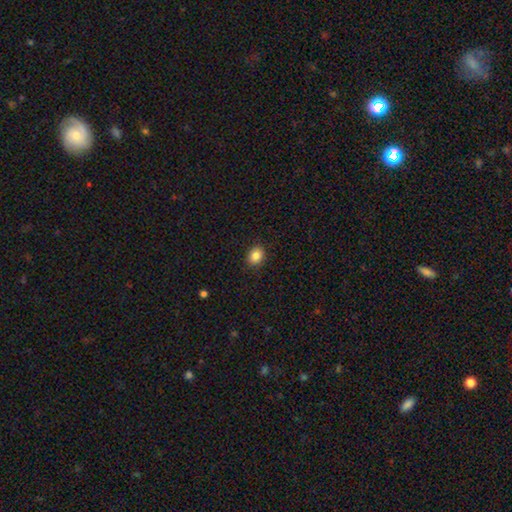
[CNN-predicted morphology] A smooth galaxy with no disk features (86%) that is in between round and cigar-shaped (50%). Merging: none (89%).